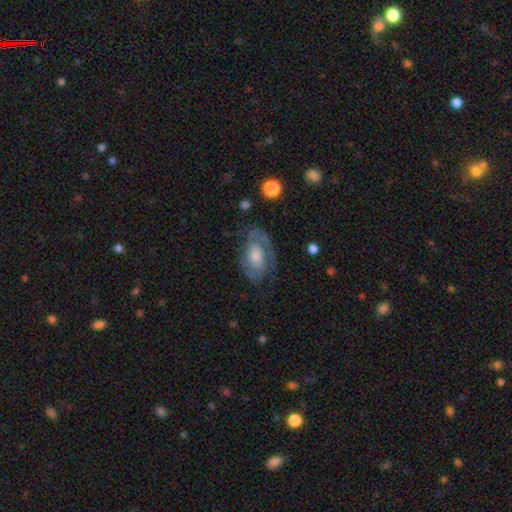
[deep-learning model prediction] A featured or disk galaxy (70%) with no bar (69%), 2 (66%) tight (46%) spiral arms (82%) and a moderate central bulge (46%). Merging: none (70%).